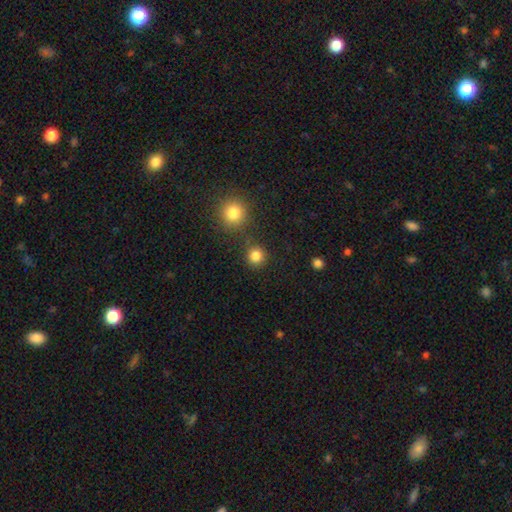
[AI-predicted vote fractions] A smooth galaxy with no disk features (84%) that is round (93%).

Vote fractions:
- Smooth or featured? smooth: 84% / star or artifact: 13% / featured or disk: 4%
- How rounded? round: 93% / in between: 6% / cigar-shaped: 1%
- Merging? none: 83% / merger: 7% / minor disturbance: 7% / major disturbance: 3%